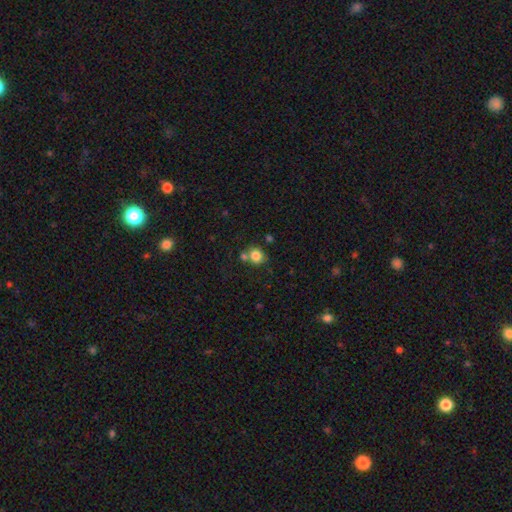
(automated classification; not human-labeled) A smooth galaxy with no disk features (83%) that is round (77%). Merging: none (63%).